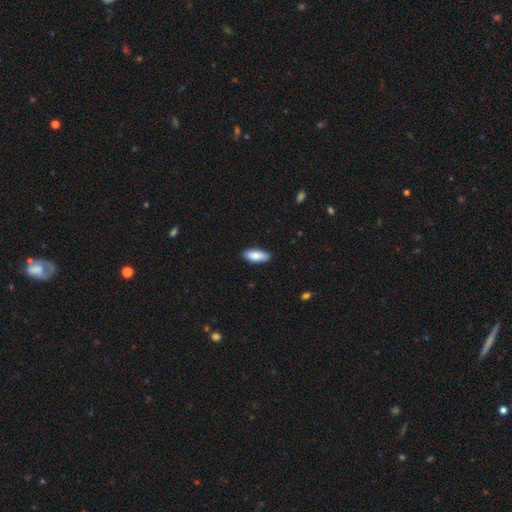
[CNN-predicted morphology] Smooth or featured? Predicted: smooth (p=0.87). How rounded? Predicted: in between (p=0.80). Merging? Predicted: none (p=0.87).